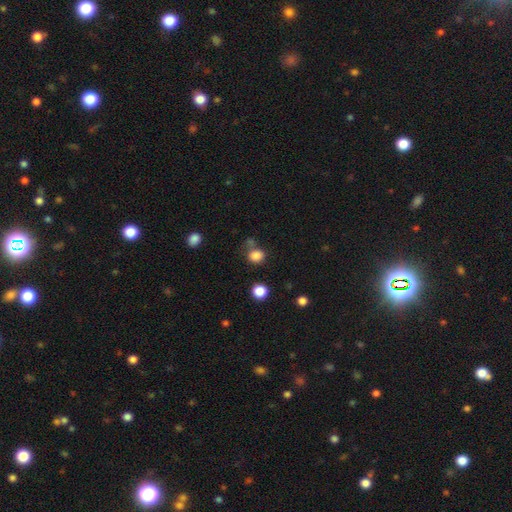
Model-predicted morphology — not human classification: This appears to be a smooth galaxy with no disk features (83%) that is round (69%). Merging: none (68%).